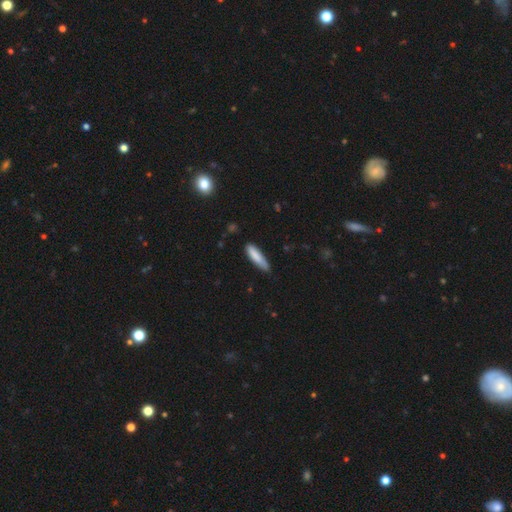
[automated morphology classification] smooth 84%, featured or disk 10%, star or artifact 6%. Down the decision tree: how rounded — cigar-shaped (70%); merging — none (73%).